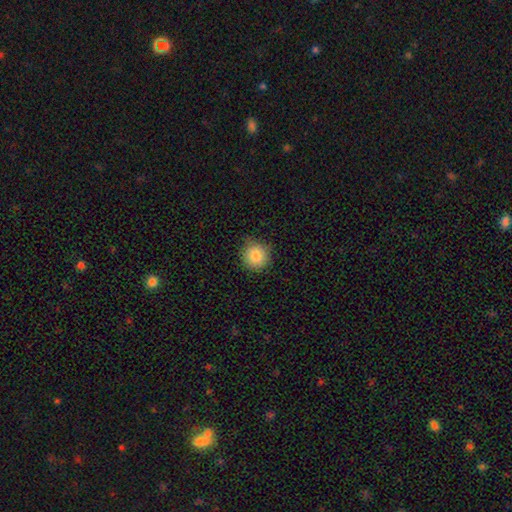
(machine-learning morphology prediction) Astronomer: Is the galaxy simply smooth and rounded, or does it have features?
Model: smooth — 85%.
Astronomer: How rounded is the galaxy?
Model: round — 91%.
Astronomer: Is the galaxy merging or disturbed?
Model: none — 81%.